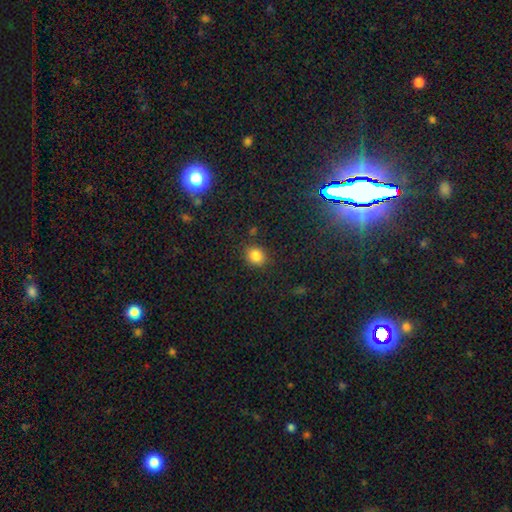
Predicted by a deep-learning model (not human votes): Q: Smooth or featured?
A: smooth (82%); runner-up: star or artifact (12%)
Q: How rounded?
A: round (73%); runner-up: in between (26%)
Q: Merging?
A: none (85%); runner-up: minor disturbance (10%)